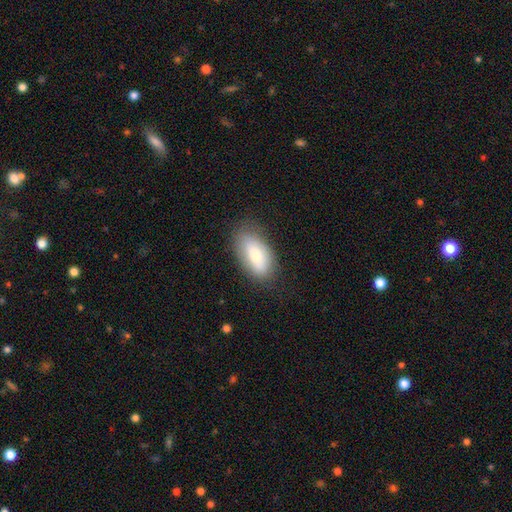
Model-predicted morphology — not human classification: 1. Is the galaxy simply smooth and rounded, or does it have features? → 71% smooth, 22% featured or disk, 8% star or artifact.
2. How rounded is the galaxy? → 92% in between, 5% round, 4% cigar-shaped.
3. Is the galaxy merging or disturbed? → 77% none, 17% minor disturbance, 5% major disturbance, 1% merger.